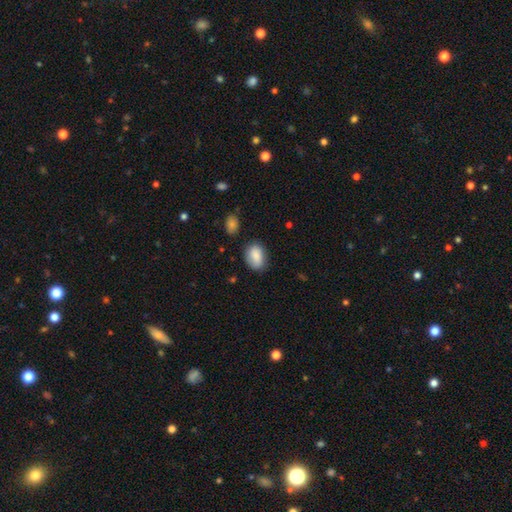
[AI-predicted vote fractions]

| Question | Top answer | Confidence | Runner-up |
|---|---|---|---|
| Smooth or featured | smooth | 86% | star or artifact (7%) |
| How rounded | in between | 84% | round (15%) |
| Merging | none | 74% | minor disturbance (19%) |